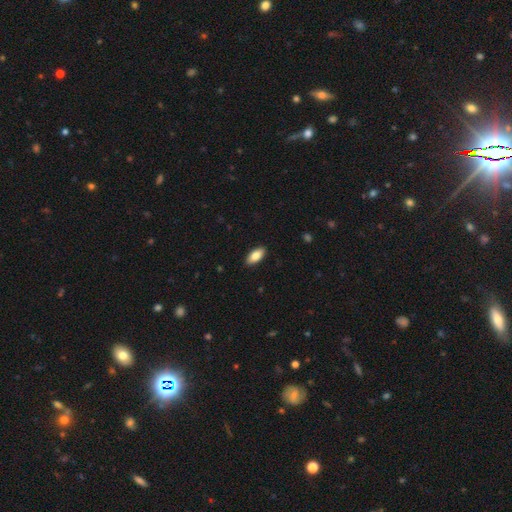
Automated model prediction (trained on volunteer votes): Q: Smooth or featured?
A: smooth (83%); runner-up: featured or disk (11%)
Q: How rounded?
A: in between (91%); runner-up: cigar-shaped (7%)
Q: Merging?
A: none (90%); runner-up: minor disturbance (7%)